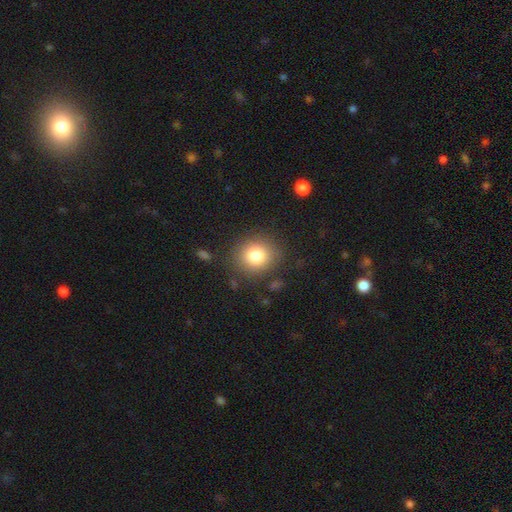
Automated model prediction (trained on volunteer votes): smooth_or_featured: smooth (p=0.81) [alt: star or artifact p=0.11]
how_rounded: round (p=0.85) [alt: in between p=0.14]
merging: none (p=0.84) [alt: minor disturbance p=0.10]